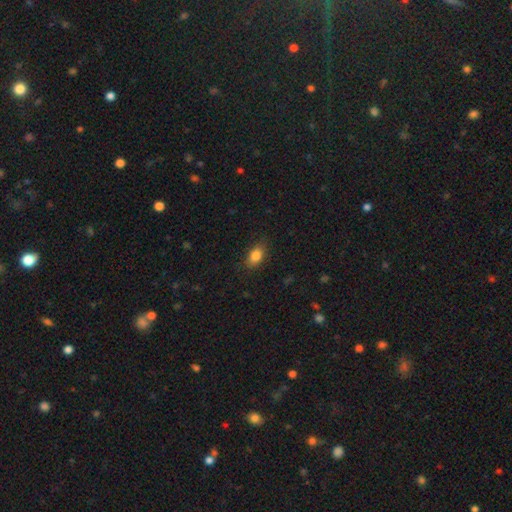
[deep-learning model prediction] Overall: smooth (84%). How rounded: in between (84%). Merging: none (84%).